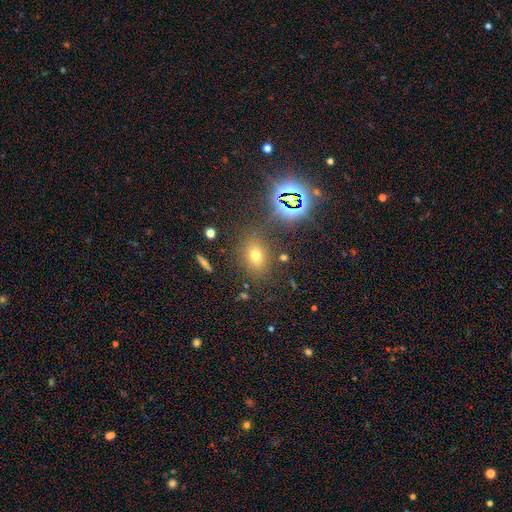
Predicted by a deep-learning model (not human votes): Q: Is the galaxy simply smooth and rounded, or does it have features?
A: smooth — 61%.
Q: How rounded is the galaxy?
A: in between — 63%.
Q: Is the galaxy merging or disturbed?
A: none — 79%.